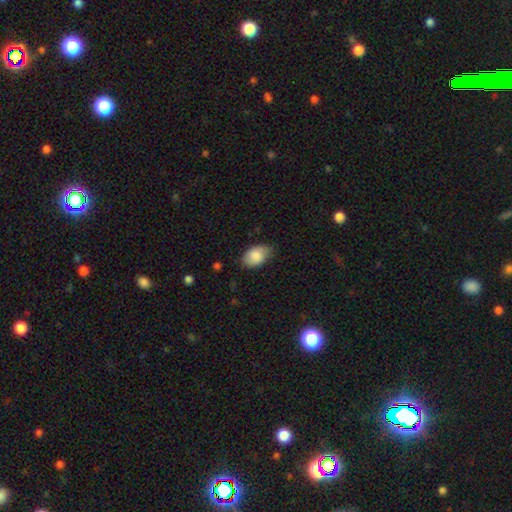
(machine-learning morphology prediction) Q: Smooth or featured?
A: smooth (85%); runner-up: featured or disk (8%)
Q: How rounded?
A: in between (88%); runner-up: round (11%)
Q: Merging?
A: none (71%); runner-up: minor disturbance (24%)